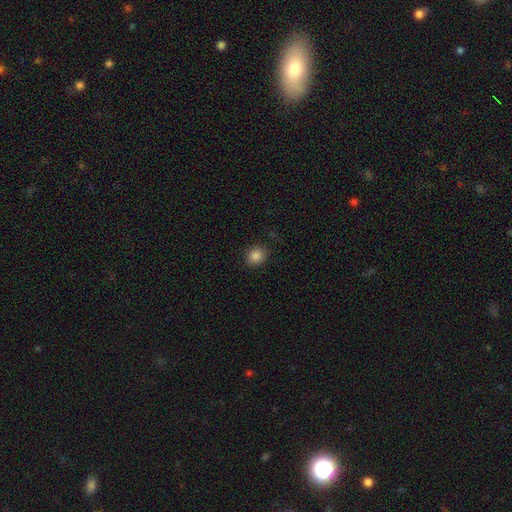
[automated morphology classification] smooth-or-featured: smooth: 86% | star or artifact: 11% | featured or disk: 4%
  how-rounded: round: 76% | in between: 23% | cigar-shaped: 1%
  merging: none: 87% | minor disturbance: 9% | major disturbance: 3% | merger: 1%